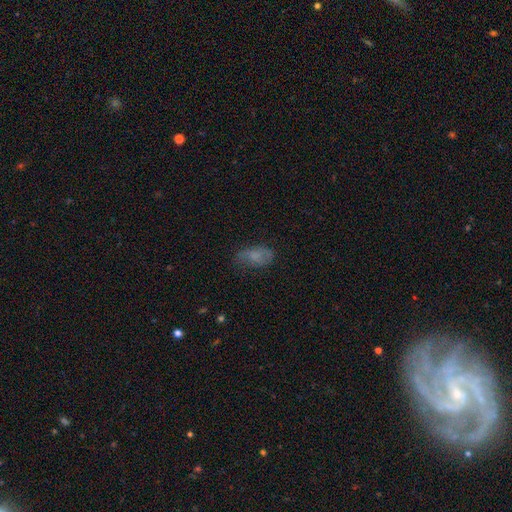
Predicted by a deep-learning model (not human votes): The model was most divided on "merging": none: 48%, minor disturbance: 31%, major disturbance: 19%, merger: 2%. More confident: how rounded — in between (89%); smooth or featured — smooth (63%).